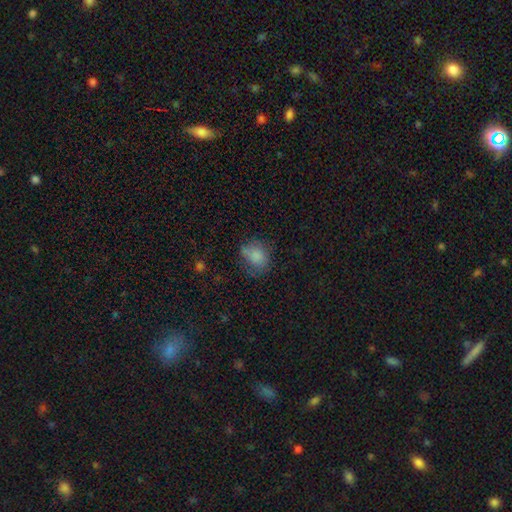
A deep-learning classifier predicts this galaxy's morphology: A smooth galaxy with no disk features (80%) that is round (55%).

Vote fractions:
- Smooth or featured? smooth: 80% / star or artifact: 11% / featured or disk: 9%
- How rounded? round: 55% / in between: 44% / cigar-shaped: 1%
- Merging? none: 59% / minor disturbance: 27% / major disturbance: 11% / merger: 3%